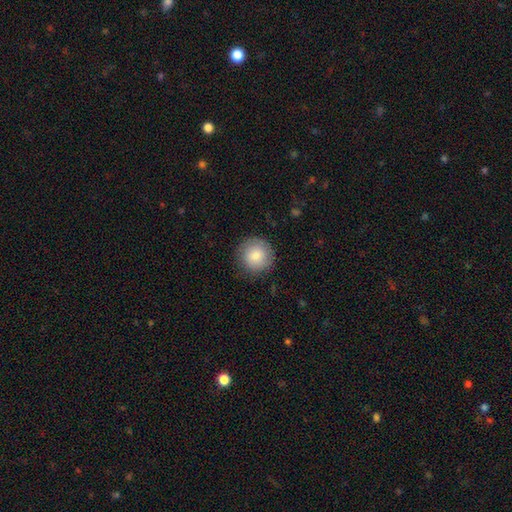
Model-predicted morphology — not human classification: The model was most divided on "smooth or featured": smooth: 82%, featured or disk: 11%, star or artifact: 8%. More confident: how rounded — round (95%); merging — none (86%).